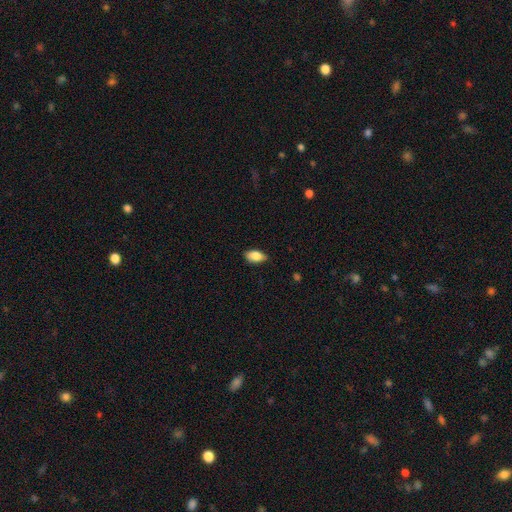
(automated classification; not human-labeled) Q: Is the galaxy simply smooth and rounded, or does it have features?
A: smooth — 83%.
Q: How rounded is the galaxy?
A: in between — 91%.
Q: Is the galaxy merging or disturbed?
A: none — 80%.